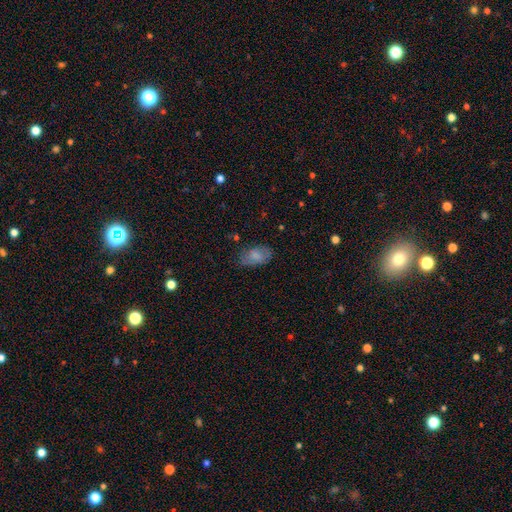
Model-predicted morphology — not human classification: smooth 77%, featured or disk 15%, star or artifact 8%. Down the decision tree: how rounded — in between (93%); merging — none (69%).